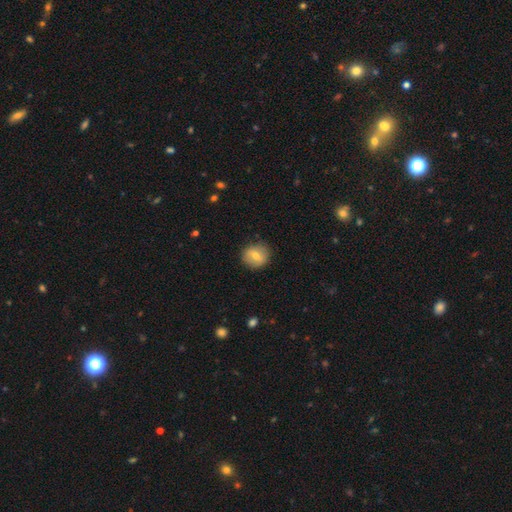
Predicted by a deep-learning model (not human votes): Smooth or featured?
  - smooth: 67% *
  - featured or disk: 24%
  - star or artifact: 8%
How rounded?
  - round: 82% *
  - in between: 17%
  - cigar-shaped: 1%
Merging?
  - none: 86% *
  - minor disturbance: 10%
  - major disturbance: 3%
  - merger: 1%